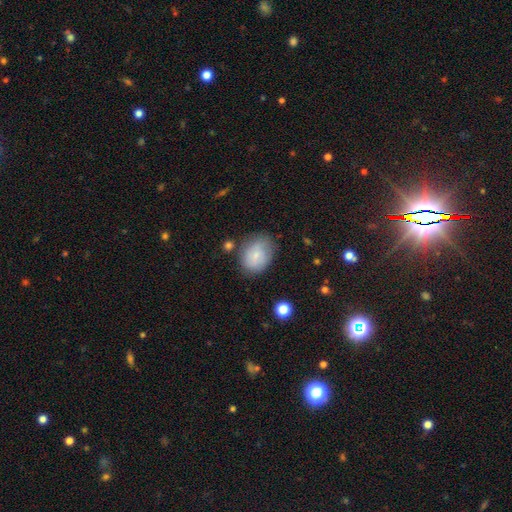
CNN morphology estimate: smooth_or_featured: smooth (p=0.74) [alt: featured or disk p=0.18]
how_rounded: in between (p=0.63) [alt: round p=0.36]
merging: none (p=0.66) [alt: minor disturbance p=0.23]